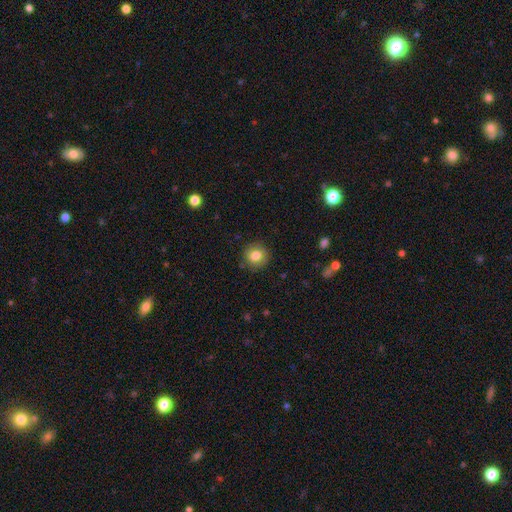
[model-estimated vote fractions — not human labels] Smooth or featured?
  - smooth: 82% *
  - star or artifact: 10%
  - featured or disk: 8%
How rounded?
  - round: 90% *
  - in between: 9%
  - cigar-shaped: 1%
Merging?
  - none: 89% *
  - minor disturbance: 8%
  - major disturbance: 2%
  - merger: 1%